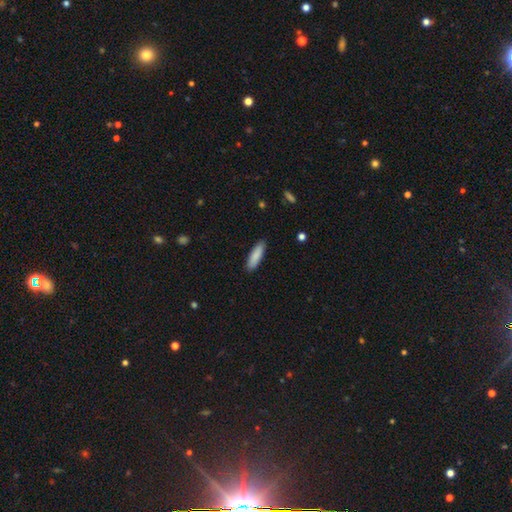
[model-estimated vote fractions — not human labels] smooth_or_featured: smooth (p=0.87) [alt: featured or disk p=0.07]
how_rounded: cigar-shaped (p=0.67) [alt: in between p=0.32]
merging: none (p=0.89) [alt: minor disturbance p=0.08]